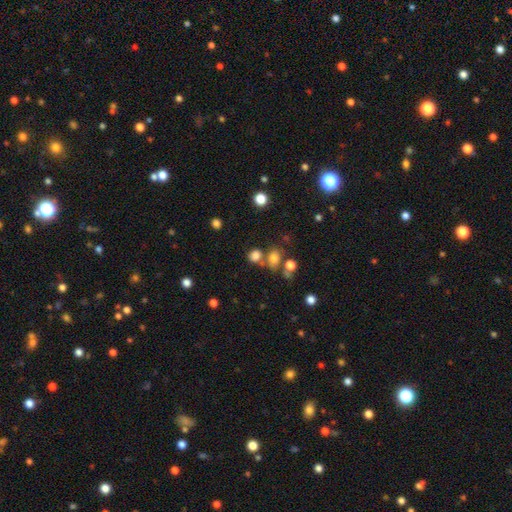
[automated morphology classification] Smooth or featured? smooth (77%)
How rounded? round (59%)
Merging? none (55%)